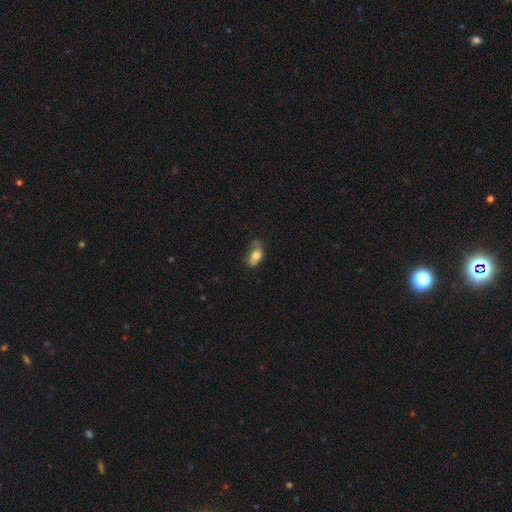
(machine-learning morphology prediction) This is likely a smooth galaxy (70%). How rounded: clearly in between (88%). Merging: marginally none (41%).